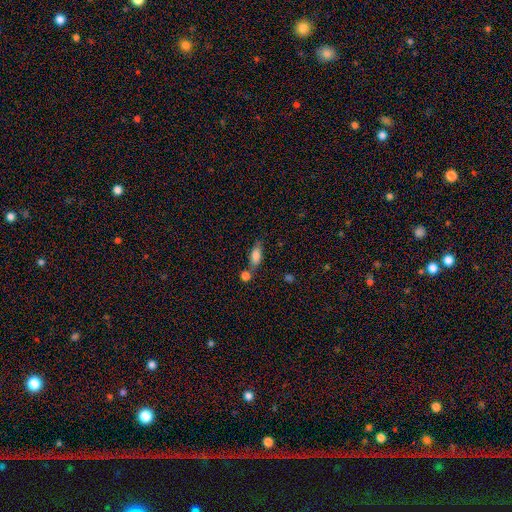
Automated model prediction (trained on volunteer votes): The model was most divided on "merging": none: 52%, merger: 25%, minor disturbance: 16%, major disturbance: 6%. More confident: smooth or featured — smooth (80%); how rounded — in between (75%).